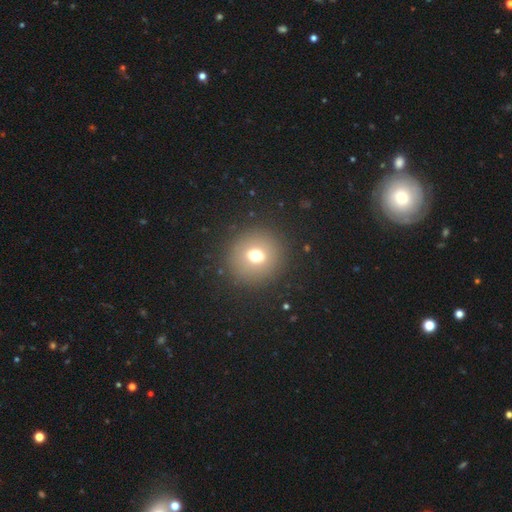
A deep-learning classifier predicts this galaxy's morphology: A smooth galaxy with no disk features (64%) that is round (90%).

Vote fractions:
- Smooth or featured? smooth: 64% / star or artifact: 18% / featured or disk: 17%
- How rounded? round: 90% / in between: 9% / cigar-shaped: 1%
- Merging? none: 88% / minor disturbance: 7% / major disturbance: 4% / merger: 2%